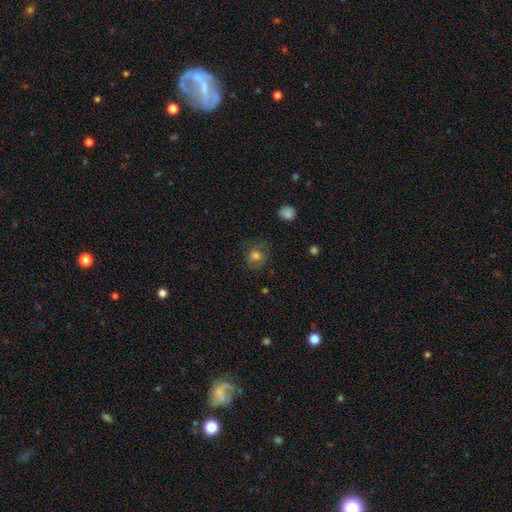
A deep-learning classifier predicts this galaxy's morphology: Overall: smooth (66%). How rounded: round (65%; in between 34%). Merging: none (60%; minor disturbance 23%).